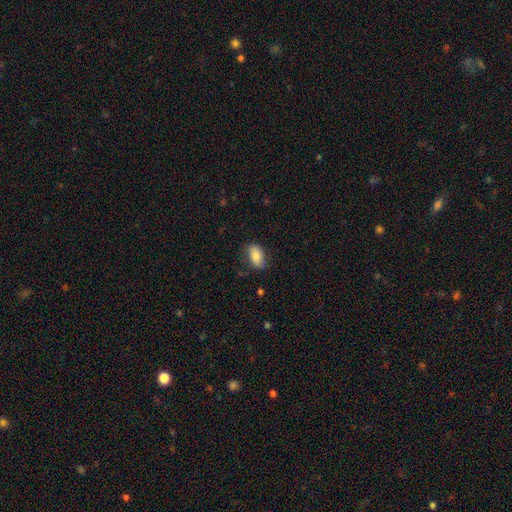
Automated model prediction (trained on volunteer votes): smooth-or-featured: smooth: 78% | featured or disk: 14% | star or artifact: 7%
  how-rounded: in between: 89% | round: 7% | cigar-shaped: 3%
  merging: none: 76% | minor disturbance: 18% | major disturbance: 5% | merger: 1%